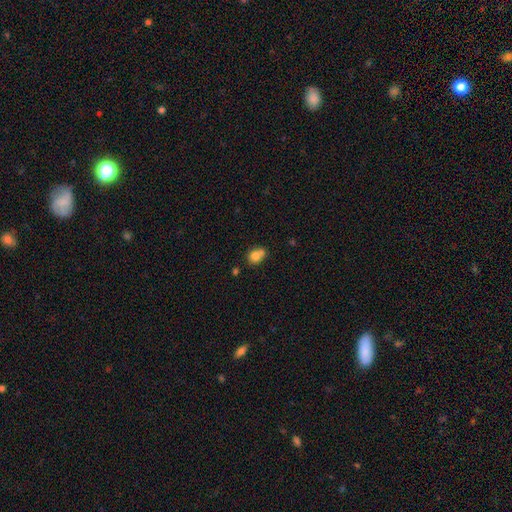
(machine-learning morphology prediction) type=smooth (78%); roundness=round (58%); merging=none (44%).